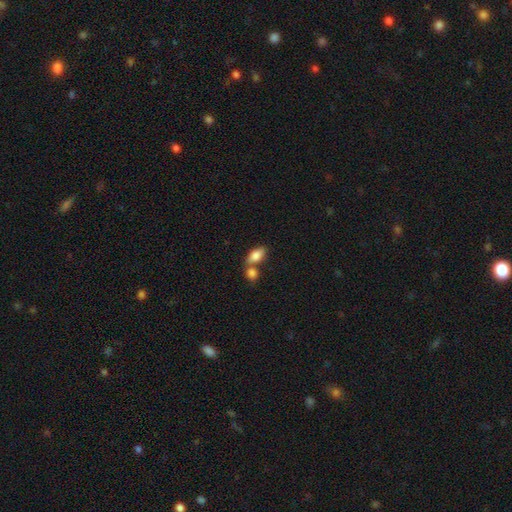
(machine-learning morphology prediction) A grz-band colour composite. It shows a smooth galaxy with no disk features (83%) that is in between round and cigar-shaped (87%). Merging: none (46%).